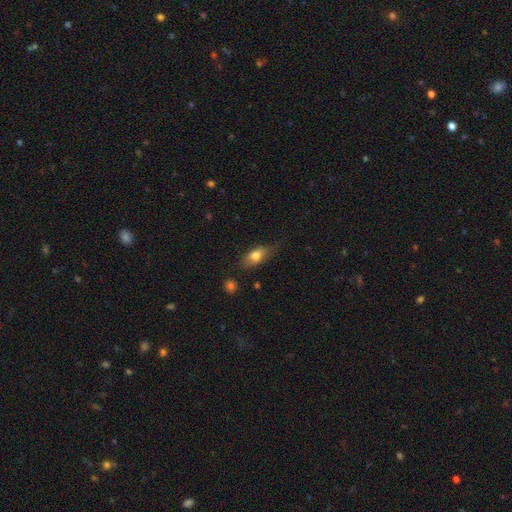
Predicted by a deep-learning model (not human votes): Overall: smooth (74%). How rounded: in between (80%). Merging: none (64%; minor disturbance 26%).